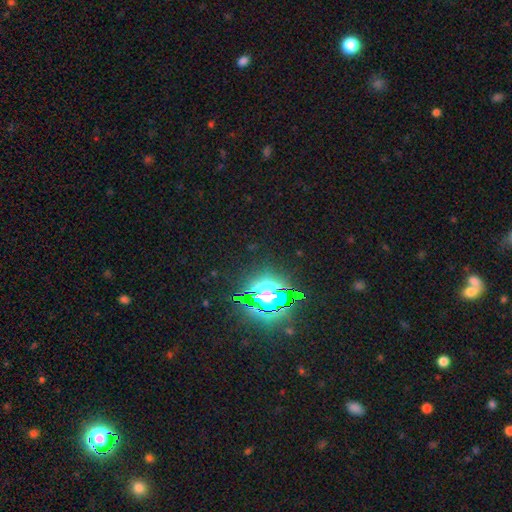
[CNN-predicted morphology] Smooth or featured?
  - star or artifact: 83% *
  - smooth: 10%
  - featured or disk: 7%